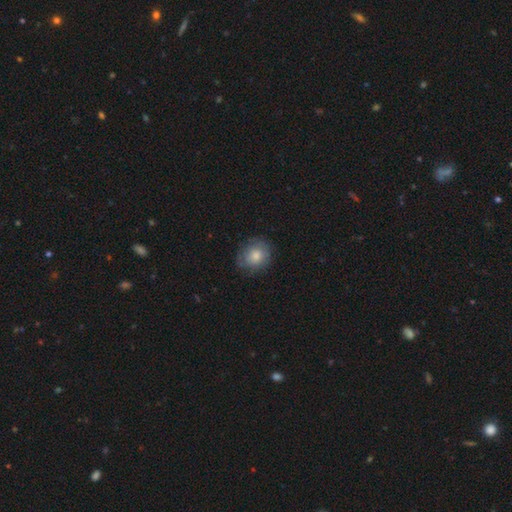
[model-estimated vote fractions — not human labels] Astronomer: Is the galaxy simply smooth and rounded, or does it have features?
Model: smooth — 77%.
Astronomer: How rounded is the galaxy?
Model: round — 77%.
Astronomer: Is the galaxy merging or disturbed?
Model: none — 75%.